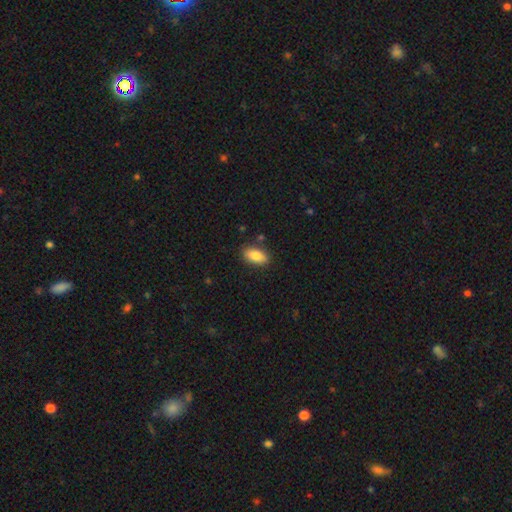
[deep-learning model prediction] Smooth or featured?
  - smooth: 83% *
  - featured or disk: 10%
  - star or artifact: 7%
How rounded?
  - in between: 89% *
  - cigar-shaped: 8%
  - round: 4%
Merging?
  - none: 85% *
  - minor disturbance: 10%
  - merger: 2%
  - major disturbance: 2%